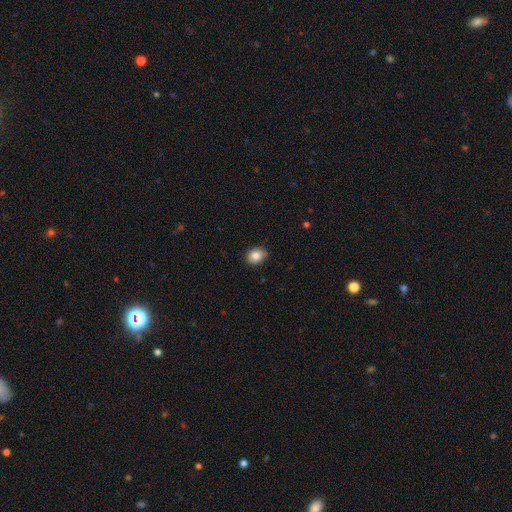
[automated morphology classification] smooth_or_featured: smooth (p=0.84) [alt: star or artifact p=0.09]
how_rounded: round (p=0.56) [alt: in between p=0.43]
merging: none (p=0.84) [alt: minor disturbance p=0.13]